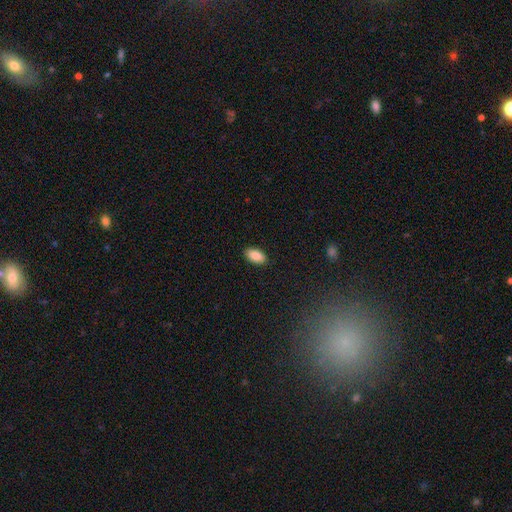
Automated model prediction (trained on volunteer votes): Morphology: type=smooth (89%); roundness=in between (94%); merging=none (90%).